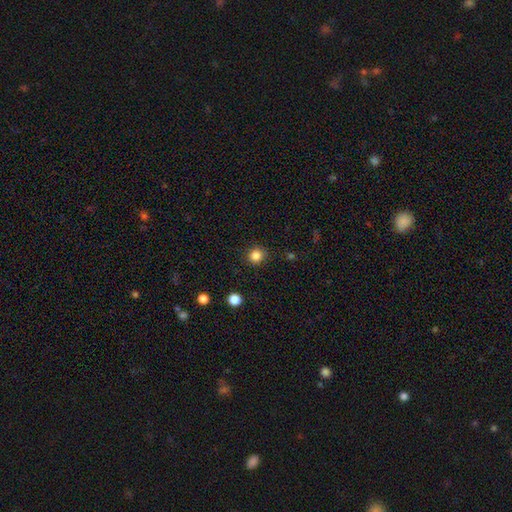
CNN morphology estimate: The model was most divided on "smooth or featured": smooth: 84%, star or artifact: 12%, featured or disk: 4%. More confident: how rounded — round (89%); merging — none (89%).